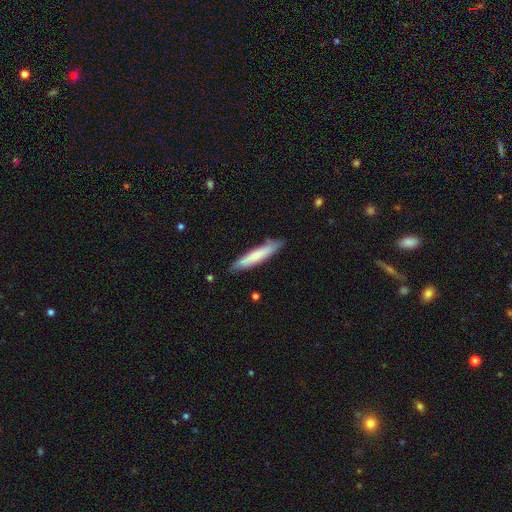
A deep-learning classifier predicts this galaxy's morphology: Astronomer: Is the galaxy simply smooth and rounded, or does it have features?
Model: smooth — 70%.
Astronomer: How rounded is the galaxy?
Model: cigar-shaped — 90%.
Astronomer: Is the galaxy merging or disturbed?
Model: none — 84%.